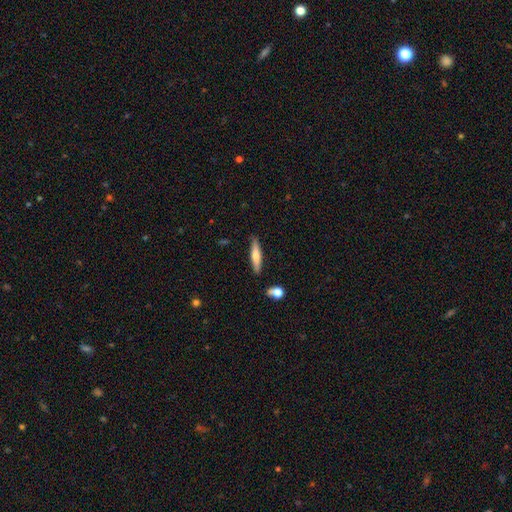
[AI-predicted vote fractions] The model was most divided on "smooth or featured": smooth: 57%, featured or disk: 37%, star or artifact: 6%. More confident: merging — none (86%); how rounded — cigar-shaped (84%).